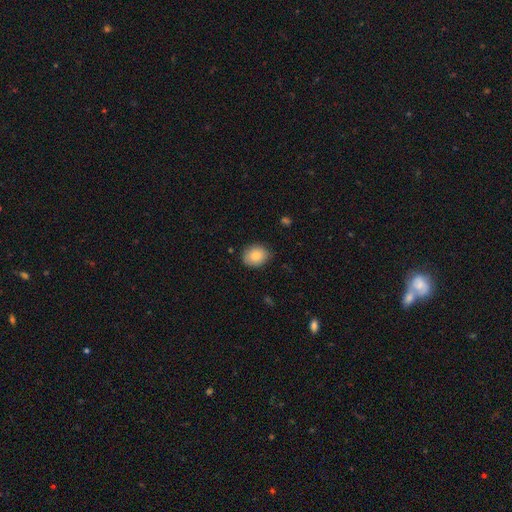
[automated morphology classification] Q: Smooth or featured?
A: smooth (86%); runner-up: star or artifact (8%)
Q: How rounded?
A: round (52%); runner-up: in between (47%)
Q: Merging?
A: none (82%); runner-up: minor disturbance (15%)